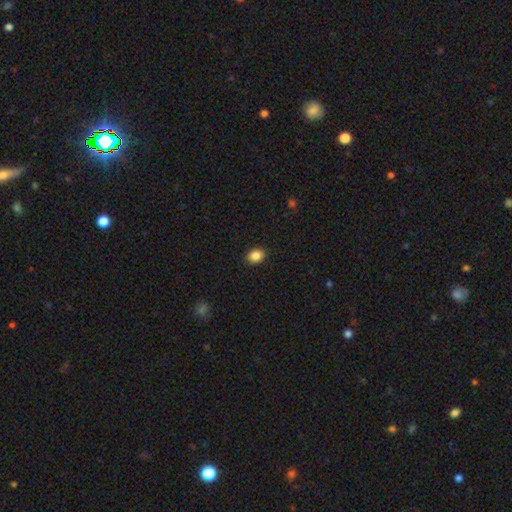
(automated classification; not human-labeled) A smooth galaxy with no disk features (87%) that is in between round and cigar-shaped (52%).

Vote fractions:
- Smooth or featured? smooth: 87% / star or artifact: 9% / featured or disk: 4%
- How rounded? in between: 52% / round: 48% / cigar-shaped: 1%
- Merging? none: 91% / minor disturbance: 6% / major disturbance: 2% / merger: 1%